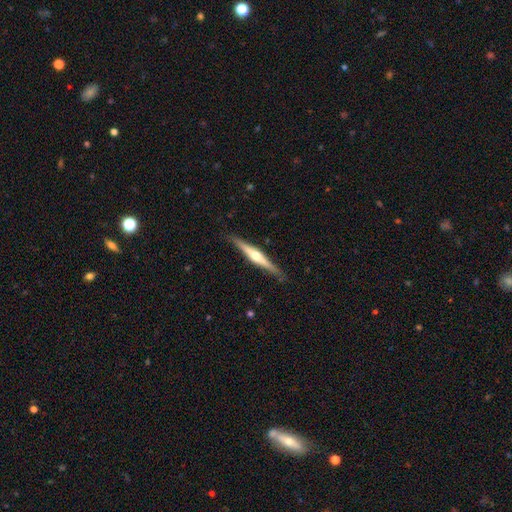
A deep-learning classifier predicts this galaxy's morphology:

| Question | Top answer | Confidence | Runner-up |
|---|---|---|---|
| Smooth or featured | featured or disk | 76% | smooth (20%) |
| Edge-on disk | yes | 98% | no (2%) |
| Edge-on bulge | rounded | 91% | boxy (6%) |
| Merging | none | 89% | minor disturbance (8%) |